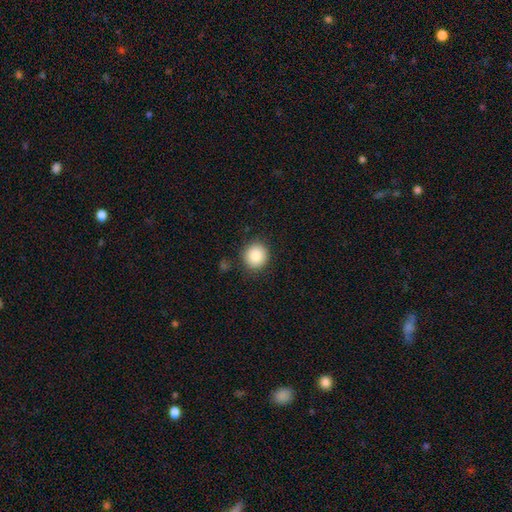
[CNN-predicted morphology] smooth-or-featured: smooth: 86% | star or artifact: 9% | featured or disk: 6%
  how-rounded: round: 90% | in between: 9% | cigar-shaped: 1%
  merging: none: 88% | minor disturbance: 8% | major disturbance: 2% | merger: 2%